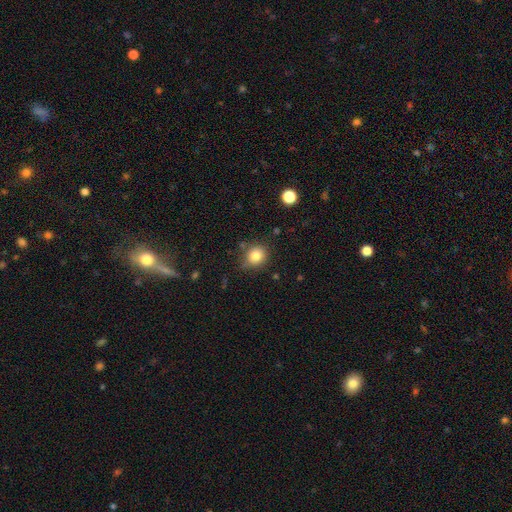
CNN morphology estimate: Smooth or featured? smooth (83%)
How rounded? round (80%)
Merging? none (77%)